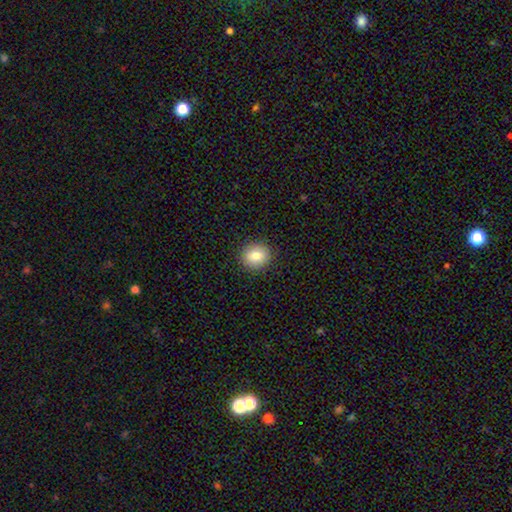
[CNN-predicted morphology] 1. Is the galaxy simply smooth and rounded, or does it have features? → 82% smooth, 9% star or artifact, 9% featured or disk.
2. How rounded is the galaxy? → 81% round, 18% in between, 1% cigar-shaped.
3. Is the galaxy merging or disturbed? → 91% none, 7% minor disturbance, 2% major disturbance, 1% merger.